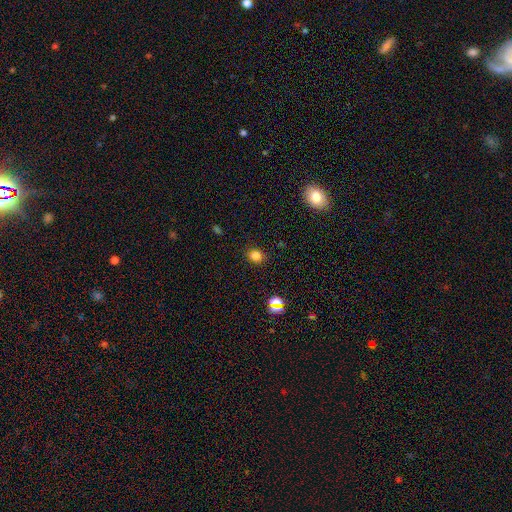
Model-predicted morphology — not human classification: Overall: smooth (80%). How rounded: round (71%). Merging: none (88%).